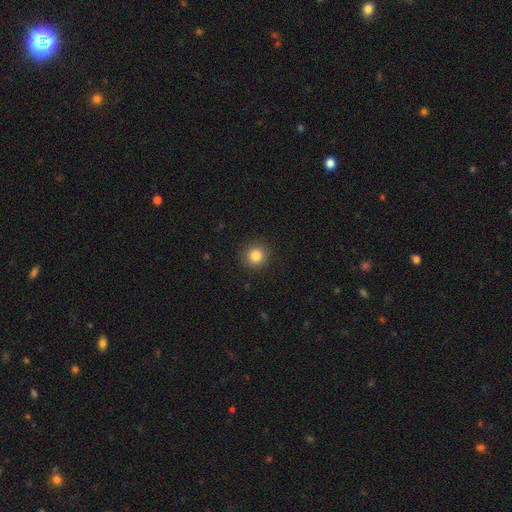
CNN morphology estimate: smooth 84%, star or artifact 11%, featured or disk 5%. Down the decision tree: how rounded — round (94%); merging — none (91%).